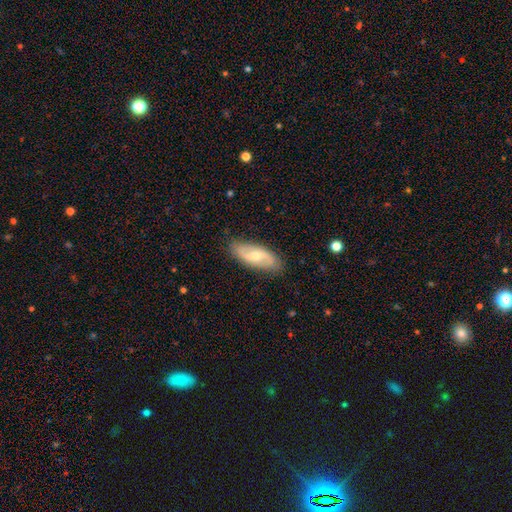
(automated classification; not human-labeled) Q: Smooth or featured?
A: featured or disk (63%); runner-up: smooth (32%)
Q: Edge-on disk?
A: no (89%); runner-up: yes (11%)
Q: Bar?
A: weak (45%); runner-up: no (33%)
Q: Spiral arms?
A: yes (83%); runner-up: no (17%)
Q: Bulge size?
A: small (49%); runner-up: moderate (47%)
Q: Merging?
A: none (85%); runner-up: minor disturbance (12%)